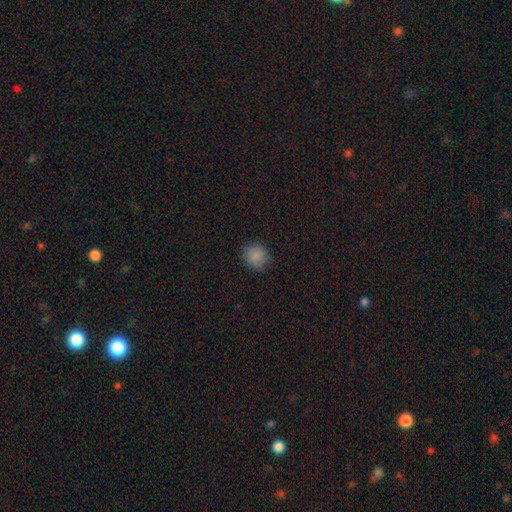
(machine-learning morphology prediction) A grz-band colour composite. It shows a smooth galaxy with no disk features (86%) that is round (85%). Merging: none (86%).